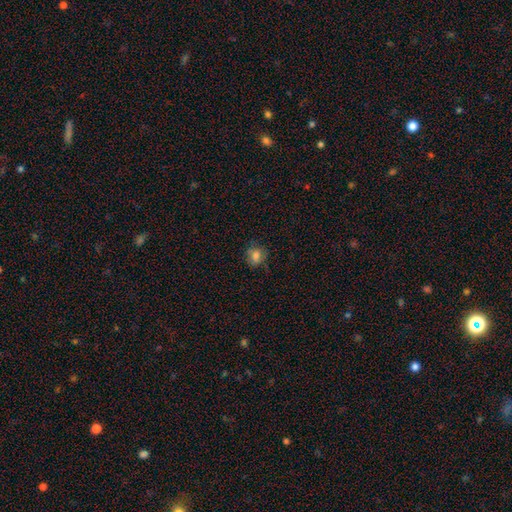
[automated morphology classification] smooth 76%, star or artifact 14%, featured or disk 10%. Down the decision tree: how rounded — round (68%); merging — none (75%).